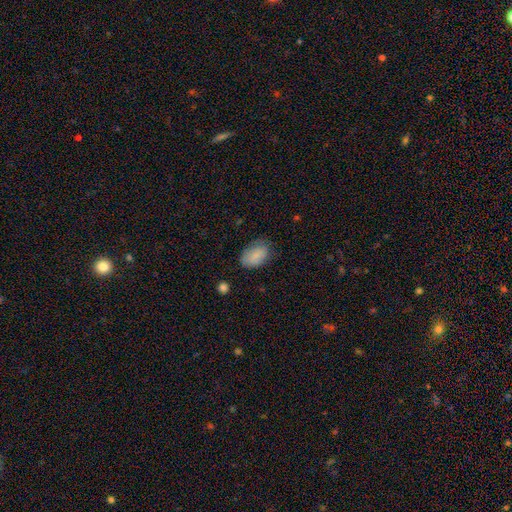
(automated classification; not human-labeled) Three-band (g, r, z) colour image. It shows a smooth galaxy with no disk features (82%) that is in between round and cigar-shaped (89%). Merging: none (68%).